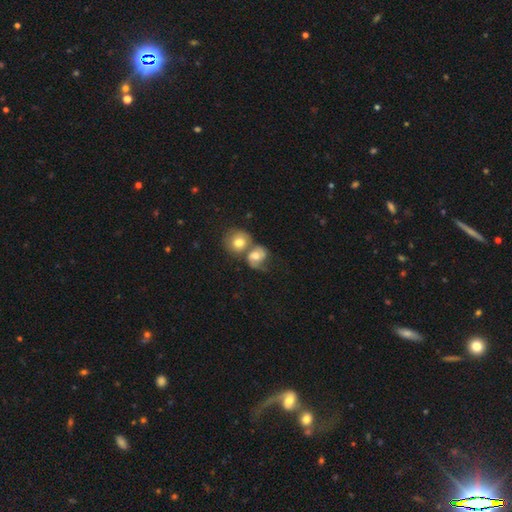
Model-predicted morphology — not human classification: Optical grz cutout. It shows a smooth galaxy with no disk features (47%). Merging: merger (58%).